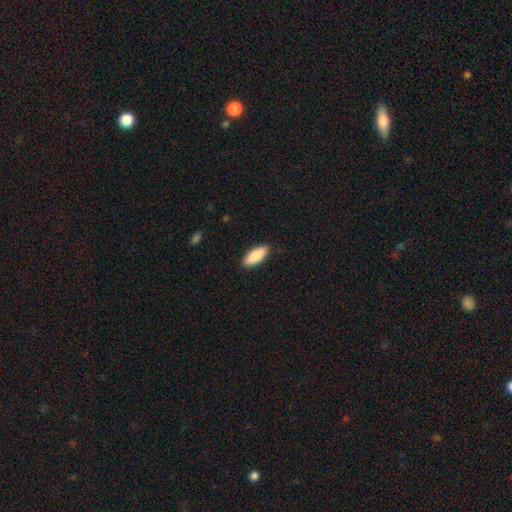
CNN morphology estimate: Overall: smooth (87%). How rounded: in between (79%). Merging: none (89%).